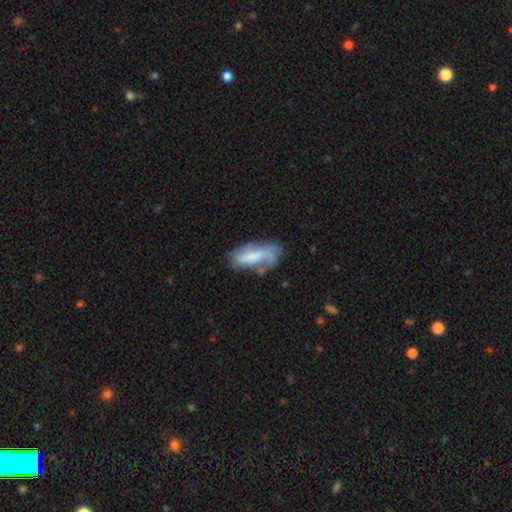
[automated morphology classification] A smooth galaxy with no disk features (46%).

Vote fractions:
- Smooth or featured? smooth: 46% / featured or disk: 45% / star or artifact: 9%
- Merging? none: 52% / minor disturbance: 28% / major disturbance: 15% / merger: 5%